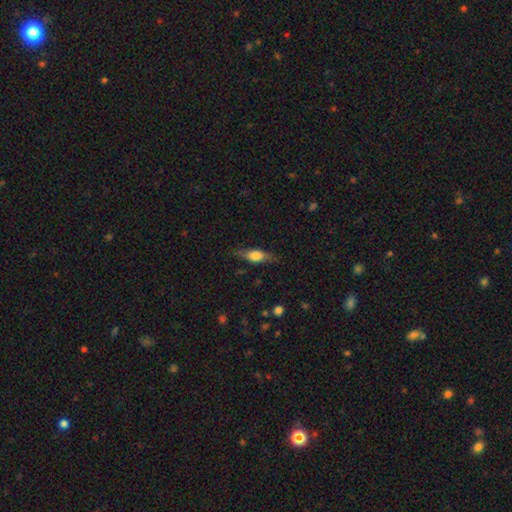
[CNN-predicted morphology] Overall: smooth (56%; featured or disk 37%). How rounded: in between (57%; cigar-shaped 39%). Merging: none (77%).